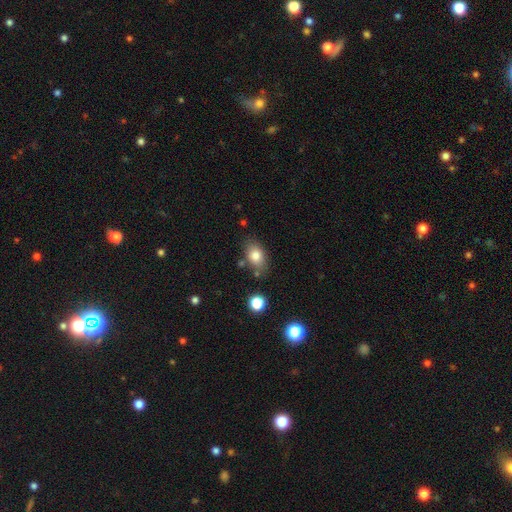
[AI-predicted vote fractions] Q: Smooth or featured?
A: smooth (79%); runner-up: featured or disk (12%)
Q: How rounded?
A: in between (81%); runner-up: round (17%)
Q: Merging?
A: none (75%); runner-up: minor disturbance (15%)